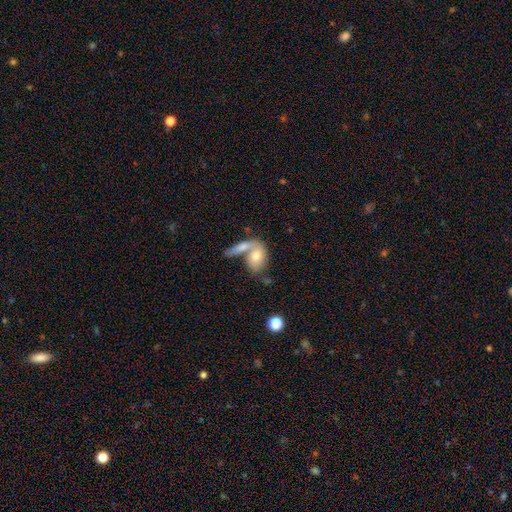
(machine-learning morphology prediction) Smooth or featured: smooth — 67% (featured or disk — 27%)
How rounded: in between — 80% (round — 14%)
Merging: merger — 59% (none — 26%)